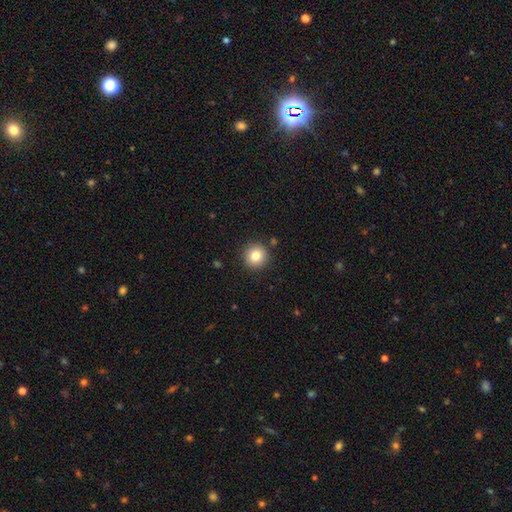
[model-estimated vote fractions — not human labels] A smooth galaxy with no disk features (82%) that is round (95%). Merging: none (89%).